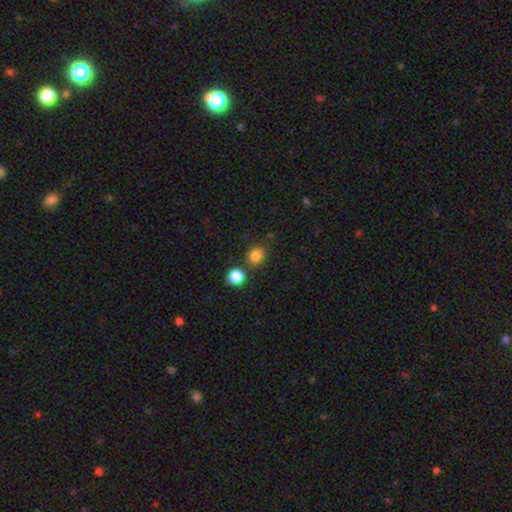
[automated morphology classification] smooth-or-featured: smooth: 83% | star or artifact: 13% | featured or disk: 5%
  how-rounded: round: 76% | in between: 23% | cigar-shaped: 1%
  merging: none: 76% | minor disturbance: 11% | merger: 10% | major disturbance: 3%